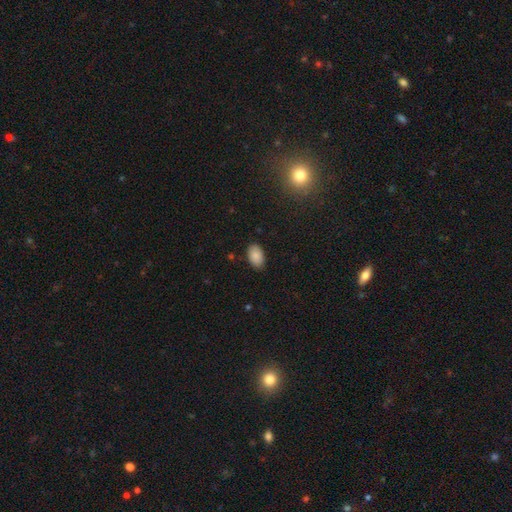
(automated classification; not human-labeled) This is clearly a smooth galaxy (86%). How rounded: clearly in between (92%). Merging: clearly none (85%).